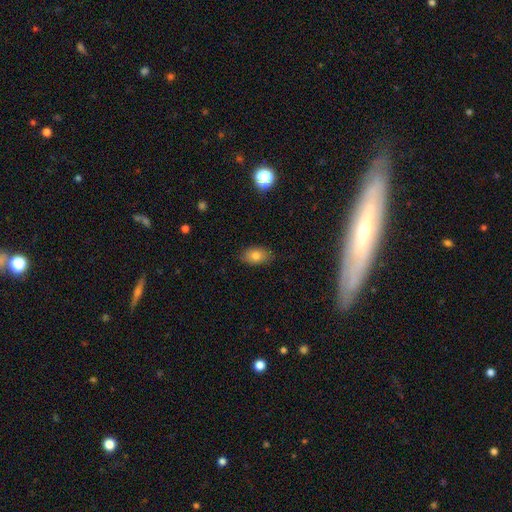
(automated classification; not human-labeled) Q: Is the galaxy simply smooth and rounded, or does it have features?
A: smooth — 78%.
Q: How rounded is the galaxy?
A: in between — 87%.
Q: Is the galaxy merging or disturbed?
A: none — 84%.